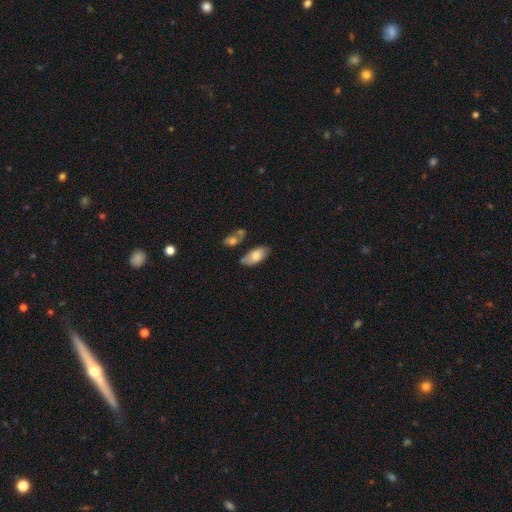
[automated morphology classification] Q: Smooth or featured?
A: smooth (73%); runner-up: featured or disk (20%)
Q: How rounded?
A: in between (91%); runner-up: cigar-shaped (7%)
Q: Merging?
A: none (62%); runner-up: minor disturbance (21%)